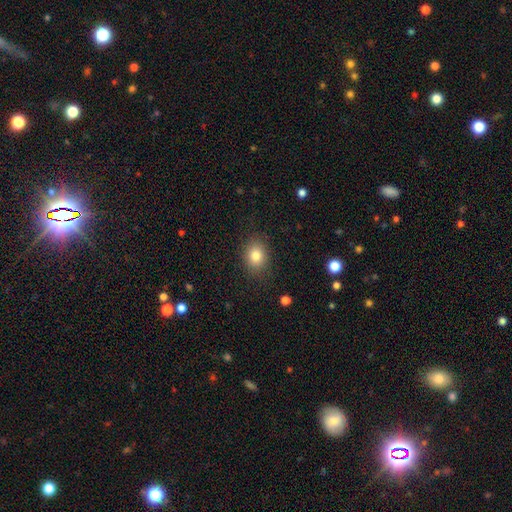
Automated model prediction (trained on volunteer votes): smooth 82%, star or artifact 10%, featured or disk 8%. Down the decision tree: how rounded — in between (52%); merging — none (85%).